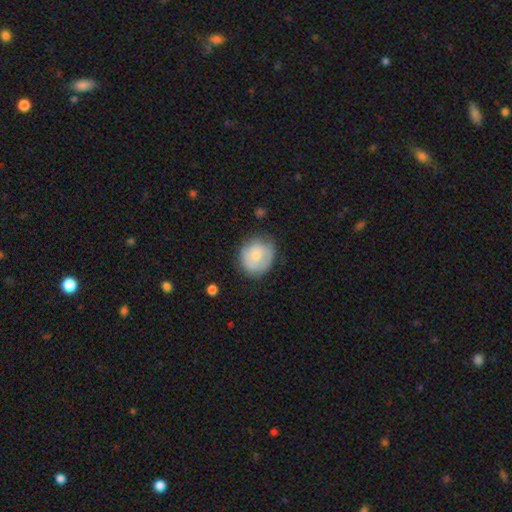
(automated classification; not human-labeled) smooth 67%, featured or disk 26%, star or artifact 7%. Down the decision tree: how rounded — round (73%); merging — none (67%).